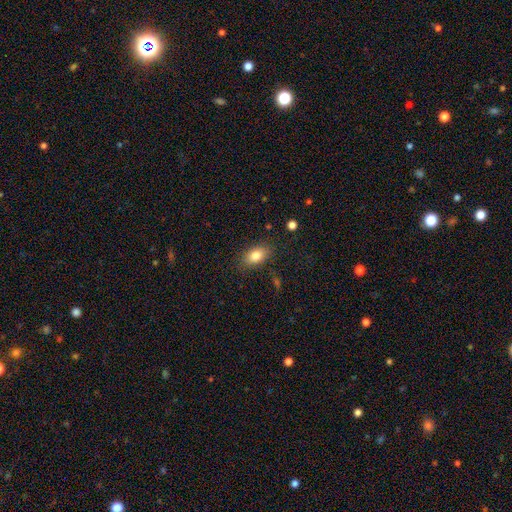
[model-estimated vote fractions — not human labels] A smooth galaxy with no disk features (83%) that is in between round and cigar-shaped (87%).

Vote fractions:
- Smooth or featured? smooth: 83% / star or artifact: 9% / featured or disk: 8%
- How rounded? in between: 87% / round: 10% / cigar-shaped: 2%
- Merging? none: 83% / minor disturbance: 12% / major disturbance: 4% / merger: 2%